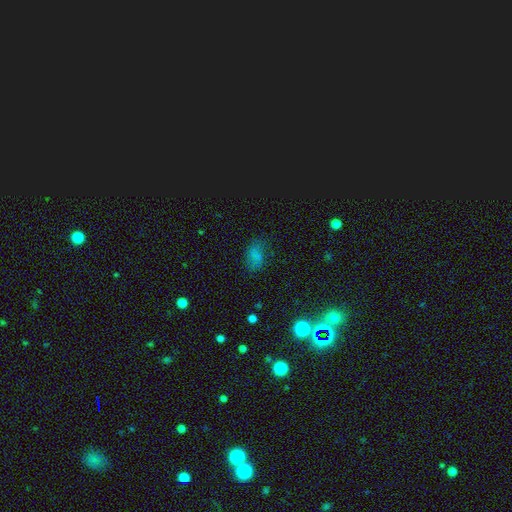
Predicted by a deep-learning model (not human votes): A smooth galaxy with no disk features (70%) that is in between round and cigar-shaped (89%). Merging: none (65%).